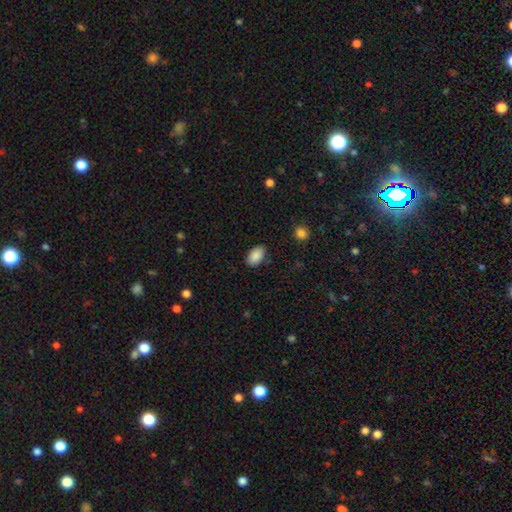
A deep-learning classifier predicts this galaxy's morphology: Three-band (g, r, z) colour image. It shows a smooth galaxy with no disk features (88%) that is in between round and cigar-shaped (93%). Merging: none (85%).